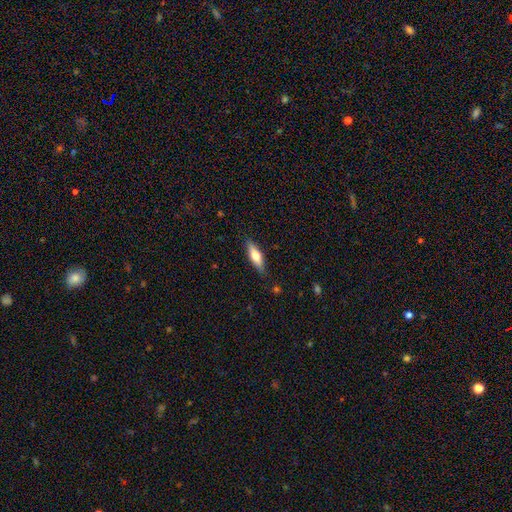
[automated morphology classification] Overall: smooth (60%; featured or disk 35%). How rounded: cigar-shaped (55%; in between 42%). Merging: none (86%).